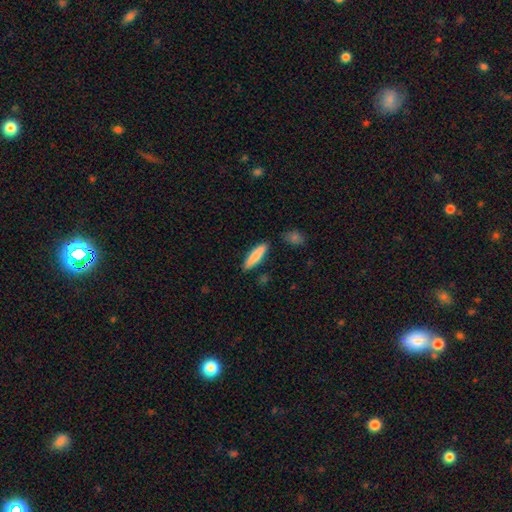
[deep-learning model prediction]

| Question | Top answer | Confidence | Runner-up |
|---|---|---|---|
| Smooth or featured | smooth | 81% | featured or disk (14%) |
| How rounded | cigar-shaped | 77% | in between (22%) |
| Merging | none | 87% | minor disturbance (9%) |